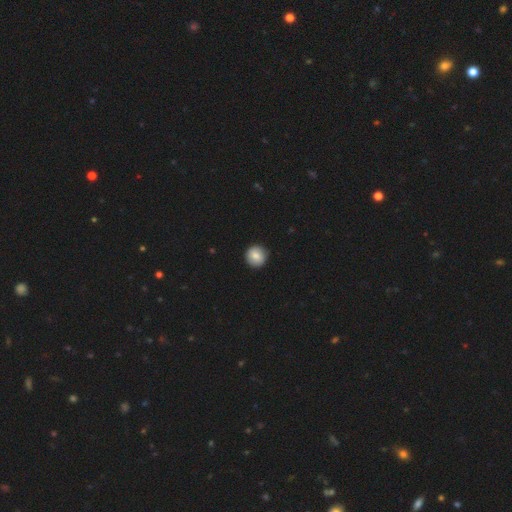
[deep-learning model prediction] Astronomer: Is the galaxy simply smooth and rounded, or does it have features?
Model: smooth — 80%.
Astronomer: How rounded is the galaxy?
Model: round — 94%.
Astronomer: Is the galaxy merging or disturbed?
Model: none — 91%.